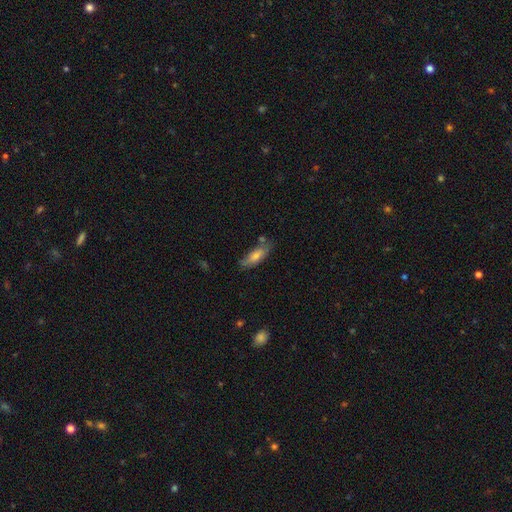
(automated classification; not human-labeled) Smooth or featured? Predicted: smooth (p=0.64). How rounded? Predicted: in between (p=0.53). Merging? Predicted: none (p=0.69).